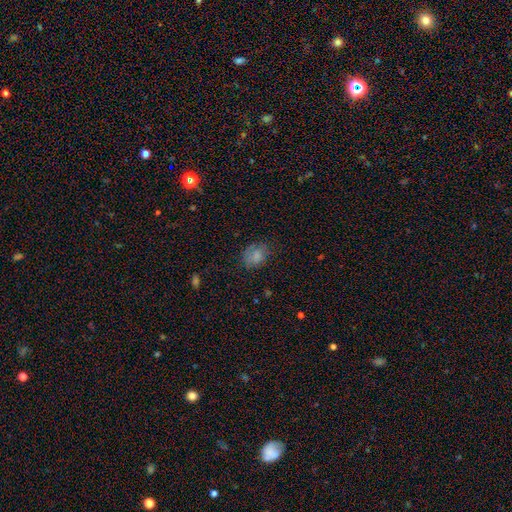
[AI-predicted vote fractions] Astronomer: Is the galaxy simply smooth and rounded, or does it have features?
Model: smooth — 78%.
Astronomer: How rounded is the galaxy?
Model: in between — 59% (runner-up: round, 40%).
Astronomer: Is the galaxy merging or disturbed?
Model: none — 65%.